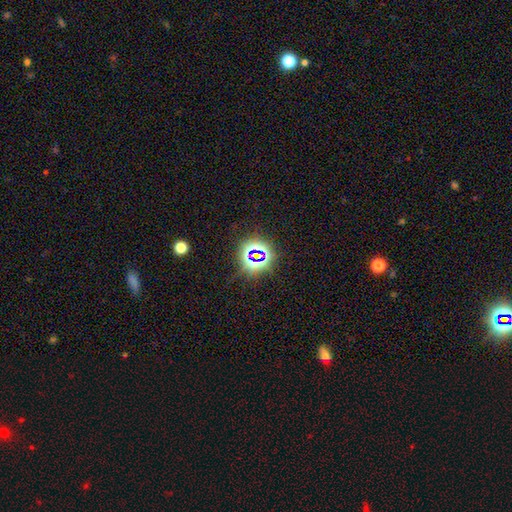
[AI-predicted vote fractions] smooth_or_featured: star or artifact (p=0.76) [alt: smooth p=0.16]